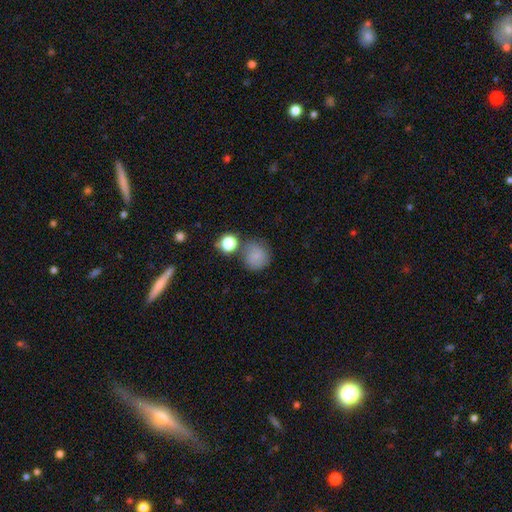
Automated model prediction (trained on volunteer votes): Q: Smooth or featured?
A: smooth (80%); runner-up: star or artifact (11%)
Q: How rounded?
A: round (89%); runner-up: in between (10%)
Q: Merging?
A: none (65%); runner-up: minor disturbance (16%)